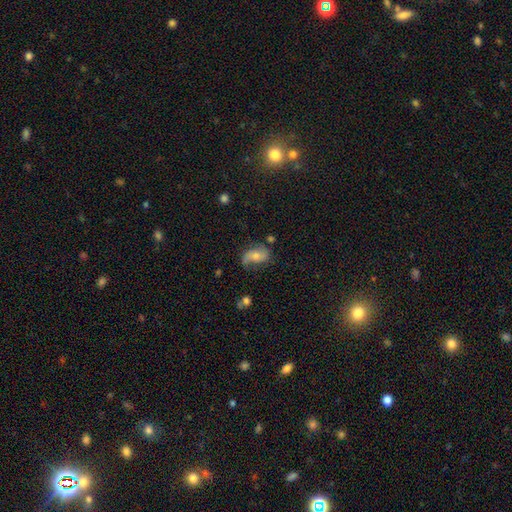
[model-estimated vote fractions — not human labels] This appears to be a featured or disk galaxy (65%) with no bar (64%), 2 (68%) loose (54%) spiral arms (89%) and a moderate central bulge (56%). Merging: none (57%).